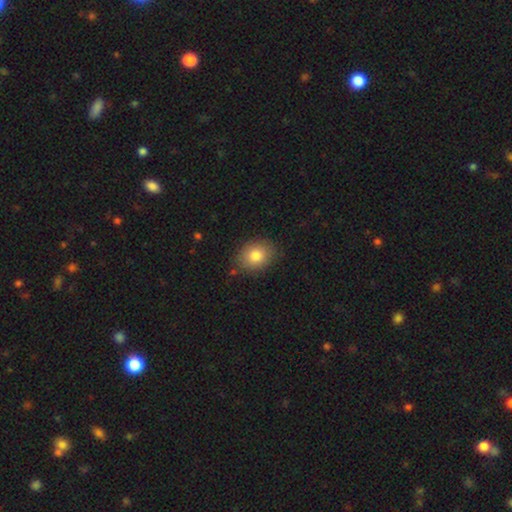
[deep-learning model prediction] Smooth or featured: smooth — 82% (featured or disk — 10%)
How rounded: in between — 62% (round — 37%)
Merging: none — 83% (minor disturbance — 13%)